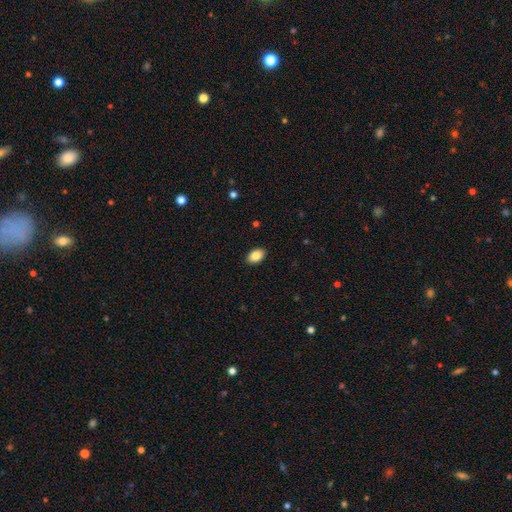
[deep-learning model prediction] Overall: smooth (86%). How rounded: in between (88%). Merging: none (90%).